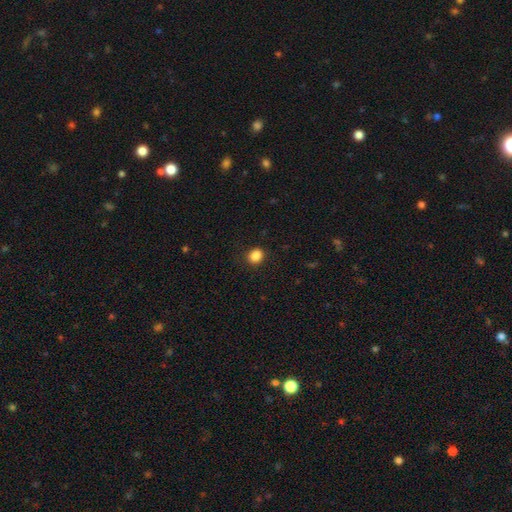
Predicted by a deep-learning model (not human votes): The model was most divided on "how rounded": round: 58%, in between: 41%, cigar-shaped: 1%. More confident: smooth or featured — smooth (87%); merging — none (86%).